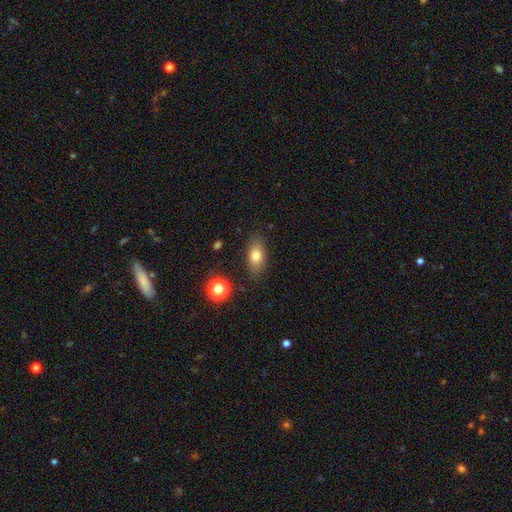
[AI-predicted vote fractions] smooth_or_featured: smooth (p=0.76) [alt: featured or disk p=0.14]
how_rounded: in between (p=0.81) [alt: round p=0.10]
merging: none (p=0.83) [alt: minor disturbance p=0.12]